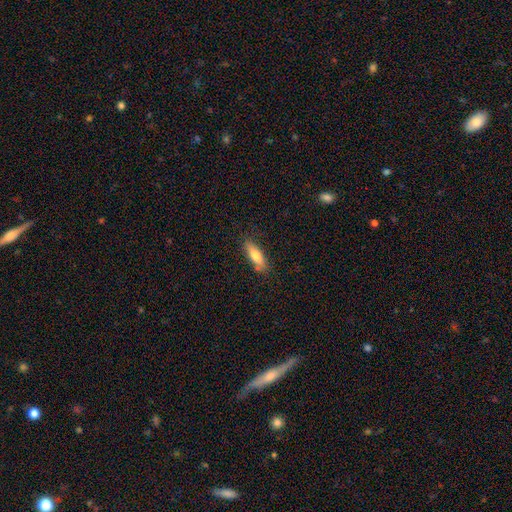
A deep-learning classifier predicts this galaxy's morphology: smooth 74%, featured or disk 20%, star or artifact 6%. Down the decision tree: how rounded — in between (51%); merging — none (80%).